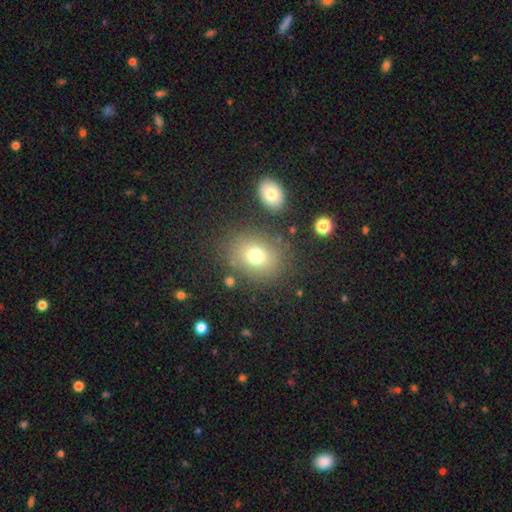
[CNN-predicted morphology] A smooth galaxy with no disk features (74%) that is in between round and cigar-shaped (53%).

Vote fractions:
- Smooth or featured? smooth: 74% / star or artifact: 14% / featured or disk: 12%
- How rounded? in between: 53% / round: 46% / cigar-shaped: 1%
- Merging? none: 77% / minor disturbance: 12% / merger: 6% / major disturbance: 6%